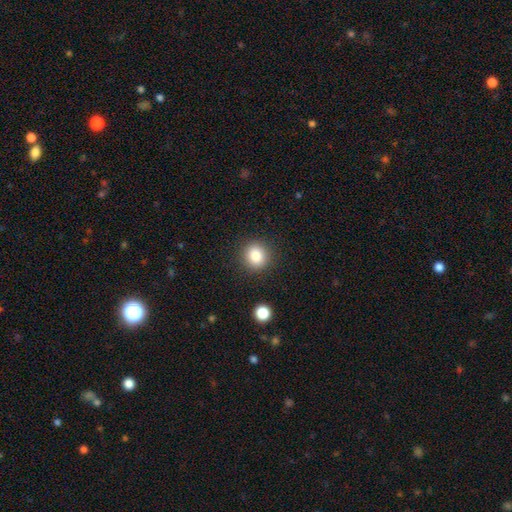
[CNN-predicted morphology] A smooth galaxy with no disk features (84%) that is round (85%). Merging: none (89%).